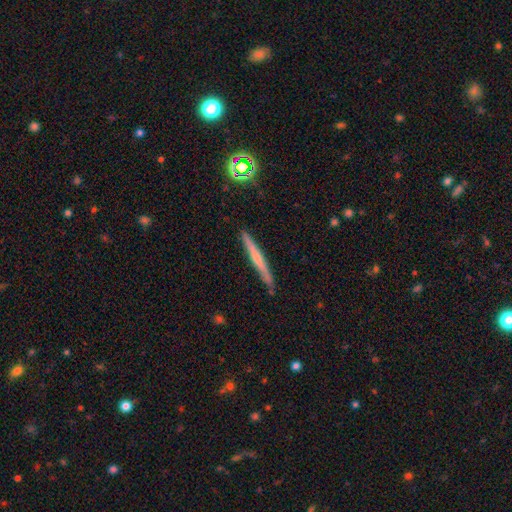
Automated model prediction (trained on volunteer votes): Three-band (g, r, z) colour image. It shows a featured or disk galaxy (57%) viewed edge-on (96%) with a rounded central bulge (51%). Merging: none (89%).